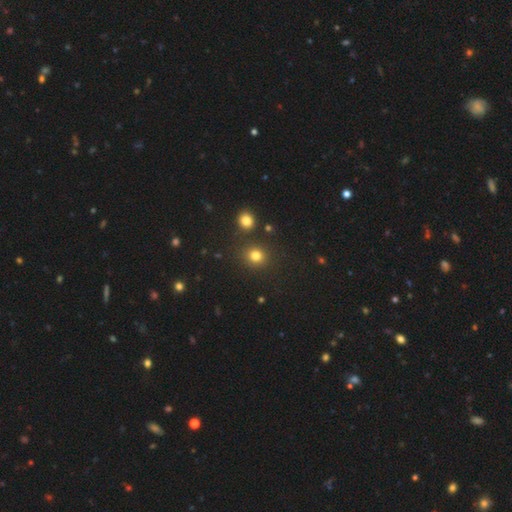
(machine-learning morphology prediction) The model was most divided on "smooth or featured": smooth: 80%, star or artifact: 15%, featured or disk: 5%. More confident: how rounded — round (83%); merging — none (83%).